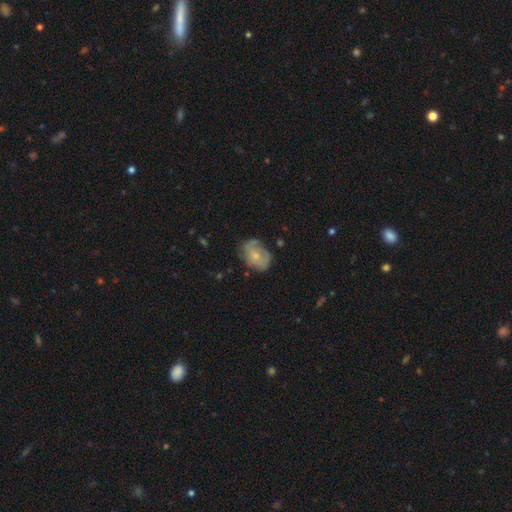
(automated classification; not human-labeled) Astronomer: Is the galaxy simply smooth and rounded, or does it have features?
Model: smooth — 47% (runner-up: featured or disk, 46%).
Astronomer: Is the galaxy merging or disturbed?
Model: none — 55% (runner-up: minor disturbance, 30%).